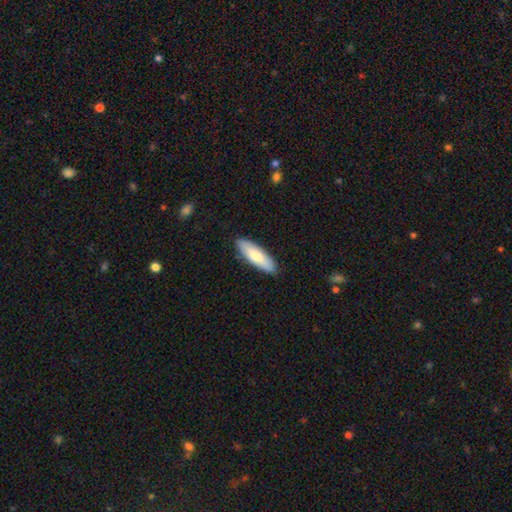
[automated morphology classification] type=smooth (73%); roundness=in between (50%); merging=none (88%).